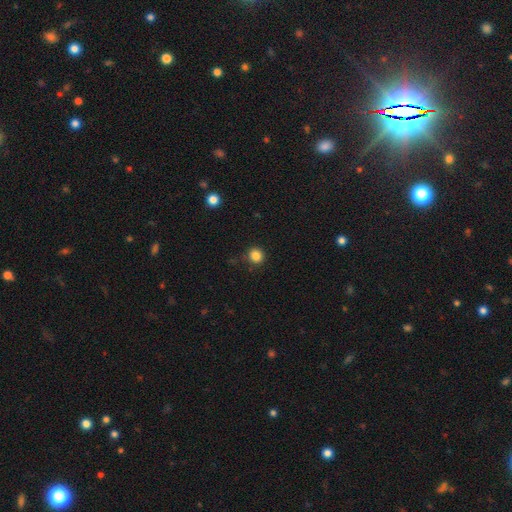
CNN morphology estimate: smooth 84%, star or artifact 12%, featured or disk 4%. Down the decision tree: how rounded — round (88%); merging — none (86%).